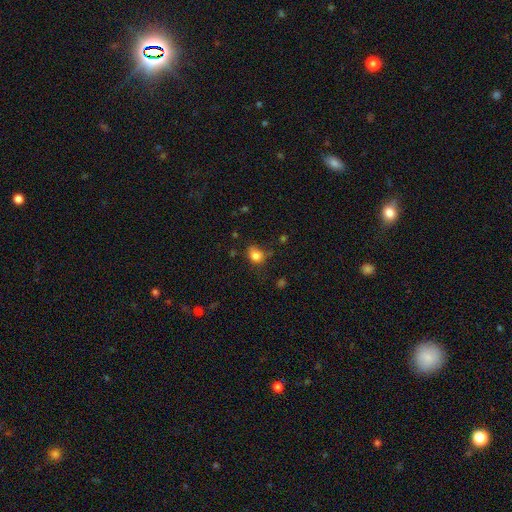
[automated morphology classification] A smooth galaxy with no disk features (81%) that is round (55%).

Vote fractions:
- Smooth or featured? smooth: 81% / star or artifact: 12% / featured or disk: 7%
- How rounded? round: 55% / in between: 44% / cigar-shaped: 1%
- Merging? none: 65% / minor disturbance: 24% / major disturbance: 8% / merger: 3%